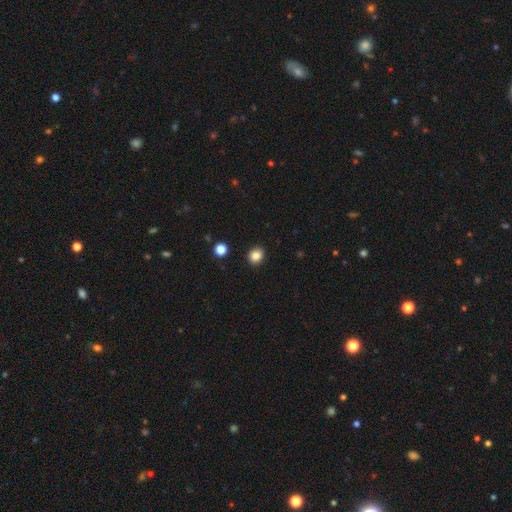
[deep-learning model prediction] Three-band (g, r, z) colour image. It shows a smooth galaxy with no disk features (85%) that is round (72%). Merging: none (90%).